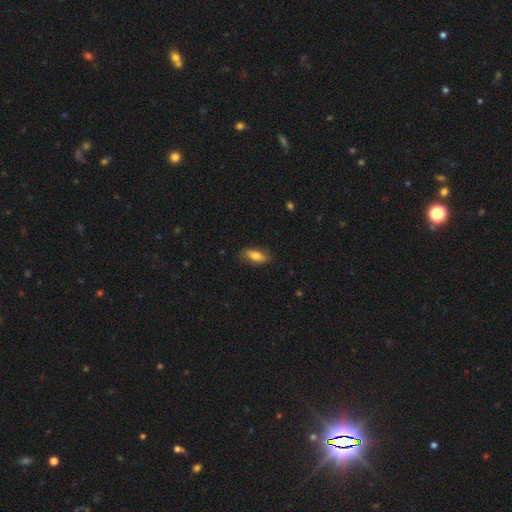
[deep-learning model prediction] A smooth galaxy with no disk features (74%) that is in between round and cigar-shaped (78%).

Vote fractions:
- Smooth or featured? smooth: 74% / featured or disk: 19% / star or artifact: 7%
- How rounded? in between: 78% / cigar-shaped: 19% / round: 4%
- Merging? none: 81% / minor disturbance: 15% / major disturbance: 3% / merger: 1%